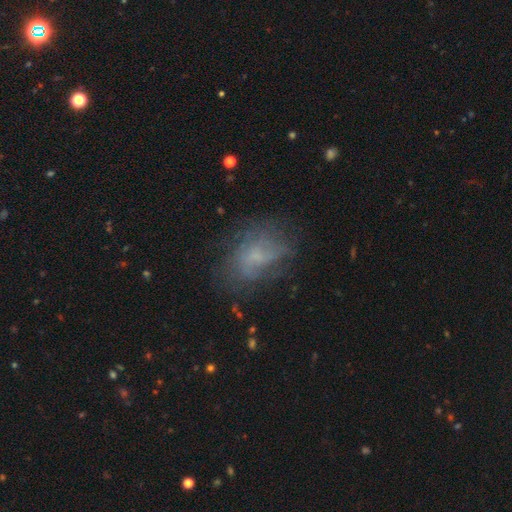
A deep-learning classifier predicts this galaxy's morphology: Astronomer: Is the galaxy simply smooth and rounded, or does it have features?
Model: smooth — 45% (runner-up: featured or disk, 41%).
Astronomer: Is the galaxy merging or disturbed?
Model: none — 58%.